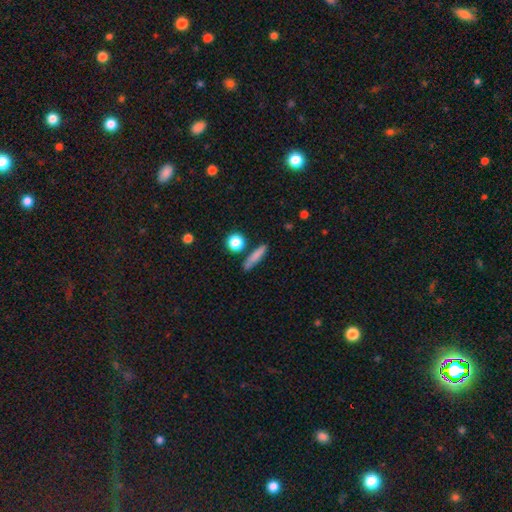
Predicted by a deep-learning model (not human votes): smooth 76%, featured or disk 14%, star or artifact 10%. Down the decision tree: how rounded — cigar-shaped (77%); merging — none (74%).